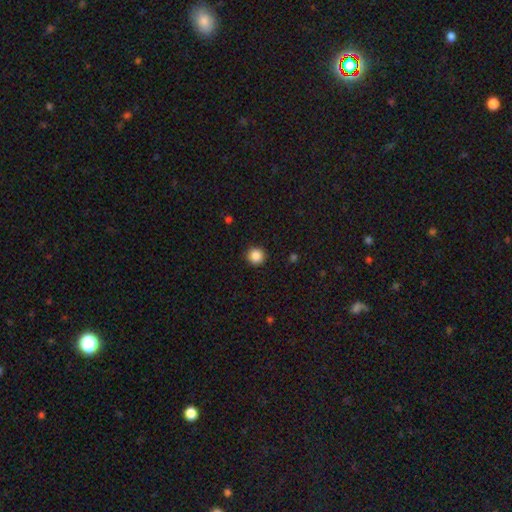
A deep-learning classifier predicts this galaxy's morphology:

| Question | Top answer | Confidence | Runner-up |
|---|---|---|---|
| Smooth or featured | smooth | 87% | star or artifact (10%) |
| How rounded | round | 94% | in between (5%) |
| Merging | none | 92% | minor disturbance (5%) |